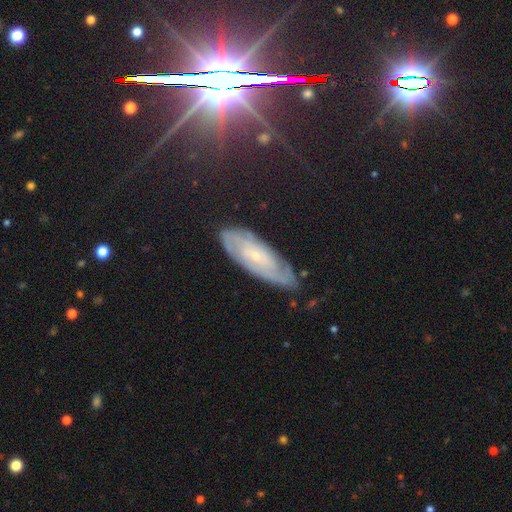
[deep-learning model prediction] Smooth or featured?
  - featured or disk: 70% *
  - smooth: 19%
  - star or artifact: 10%
Edge-on disk?
  - no: 85% *
  - yes: 15%
Bar?
  - no: 65% *
  - weak: 29%
  - strong: 6%
Spiral arms?
  - yes: 88% *
  - no: 12%
Spiral winding?
  - tight: 70% *
  - medium: 23%
  - loose: 7%
Spiral arm count?
  - can't tell: 56% *
  - 2: 25%
  - 3: 7%
  - 1: 4%
  - 4: 4%
  - more than 4: 4%
Bulge size?
  - small: 79% *
  - moderate: 16%
  - none: 3%
  - large: 1%
  - dominant: 1%
Merging?
  - none: 76% *
  - minor disturbance: 19%
  - major disturbance: 4%
  - merger: 1%